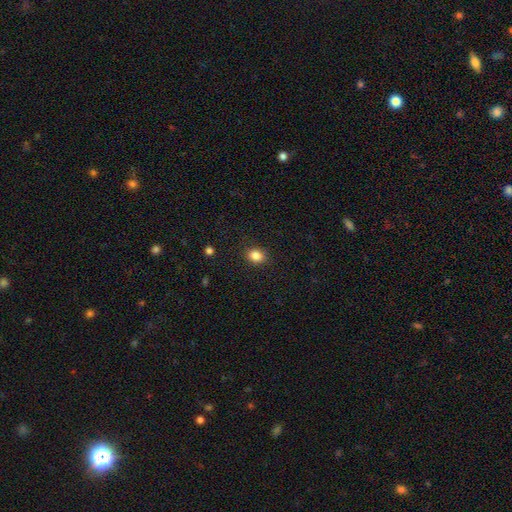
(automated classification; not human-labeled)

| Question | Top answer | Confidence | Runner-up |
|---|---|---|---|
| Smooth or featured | smooth | 85% | star or artifact (10%) |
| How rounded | in between | 51% | round (48%) |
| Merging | none | 88% | minor disturbance (9%) |